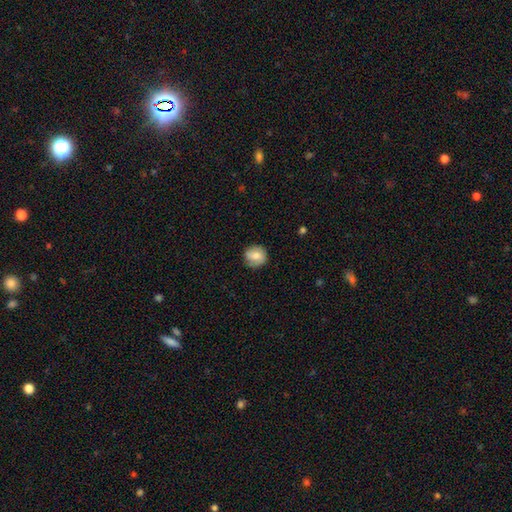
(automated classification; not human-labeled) This is likely a smooth galaxy (74%). How rounded: clearly round (89%). Merging: clearly none (82%).